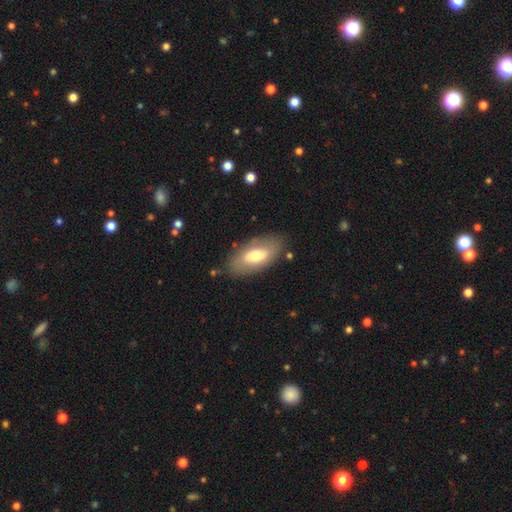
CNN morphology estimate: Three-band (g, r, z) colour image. It shows a smooth galaxy with no disk features (62%) that is in between round and cigar-shaped (90%). Merging: none (80%).